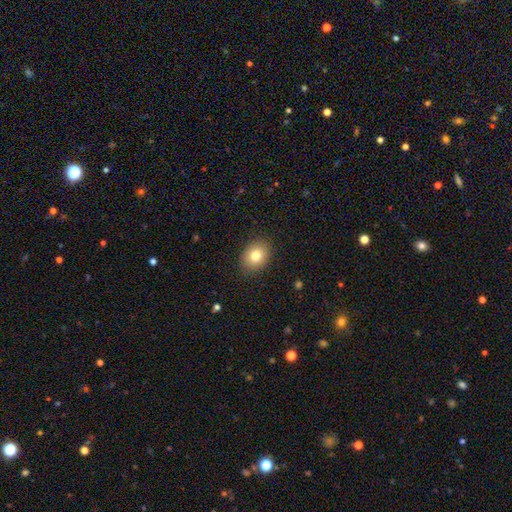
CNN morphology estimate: smooth-or-featured: smooth: 81% | star or artifact: 10% | featured or disk: 10%
  how-rounded: in between: 54% | round: 45% | cigar-shaped: 1%
  merging: none: 88% | minor disturbance: 9% | major disturbance: 2% | merger: 1%